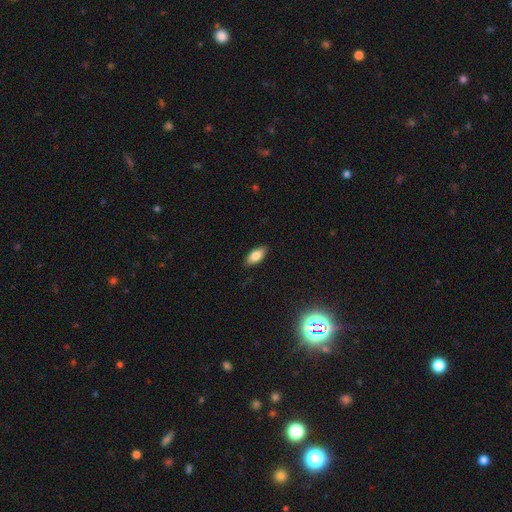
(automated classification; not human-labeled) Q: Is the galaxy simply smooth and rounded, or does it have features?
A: smooth — 82%.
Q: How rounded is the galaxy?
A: in between — 88%.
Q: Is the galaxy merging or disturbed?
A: none — 87%.